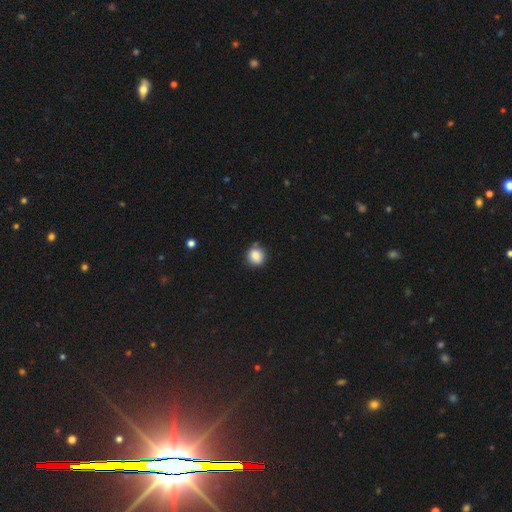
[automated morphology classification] Q: Smooth or featured?
A: smooth (86%); runner-up: star or artifact (10%)
Q: How rounded?
A: round (82%); runner-up: in between (17%)
Q: Merging?
A: none (80%); runner-up: minor disturbance (15%)